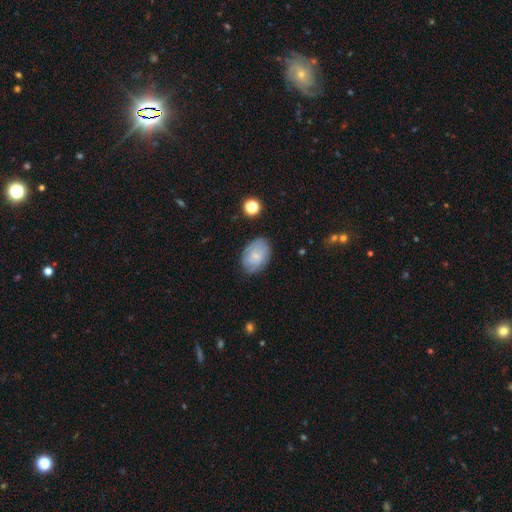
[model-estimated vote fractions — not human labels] Overall: smooth (51%; featured or disk 40%). How rounded: in between (82%). Merging: none (75%).